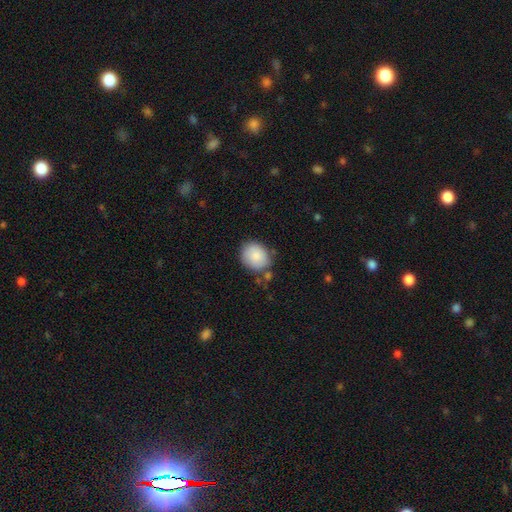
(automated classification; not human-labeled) Q: Smooth or featured?
A: smooth (85%); runner-up: featured or disk (8%)
Q: How rounded?
A: round (62%); runner-up: in between (37%)
Q: Merging?
A: none (73%); runner-up: minor disturbance (17%)